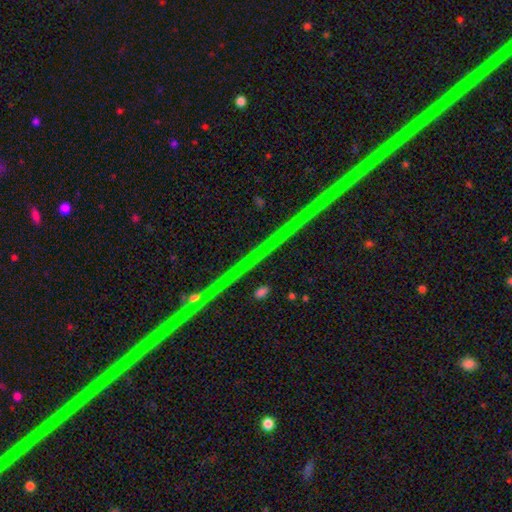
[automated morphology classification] smooth-or-featured: star or artifact: 85% | featured or disk: 10% | smooth: 4%